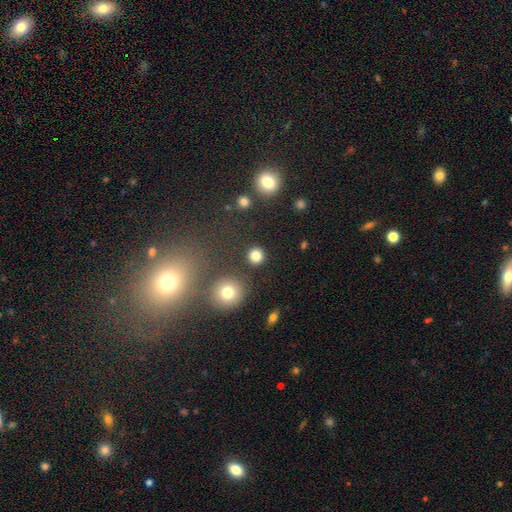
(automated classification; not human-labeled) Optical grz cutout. It shows a smooth galaxy with no disk features (83%) that is round (92%). Merging: none (89%).